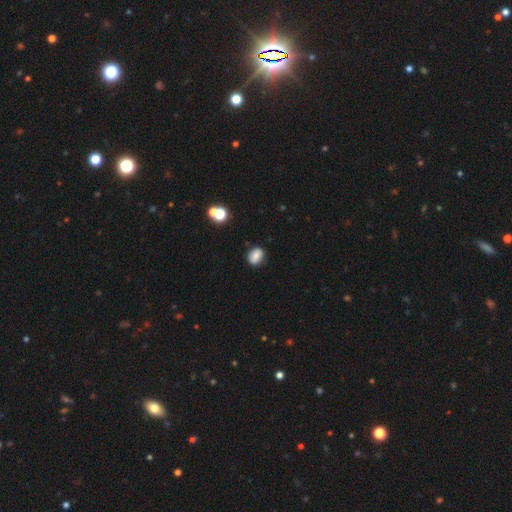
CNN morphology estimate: smooth_or_featured: smooth (p=0.76) [alt: featured or disk p=0.13]
how_rounded: round (p=0.50) [alt: in between p=0.49]
merging: none (p=0.83) [alt: minor disturbance p=0.12]